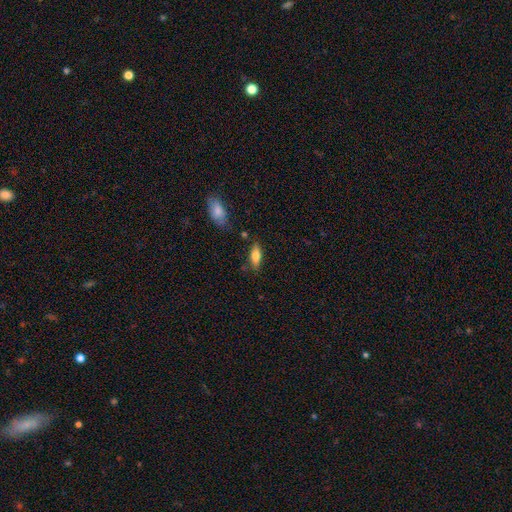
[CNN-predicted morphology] Smooth or featured? Predicted: smooth (p=0.76). How rounded? Predicted: in between (p=0.73). Merging? Predicted: none (p=0.78).